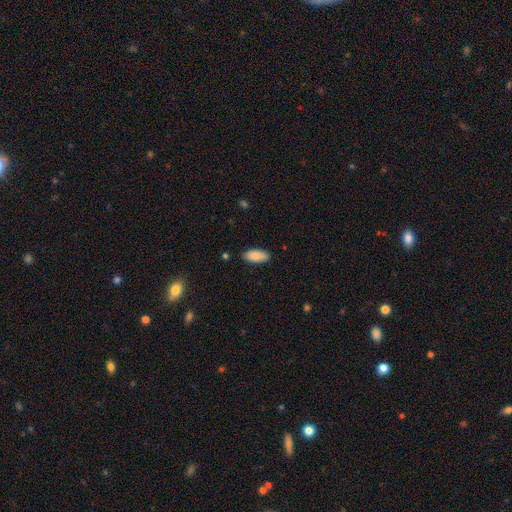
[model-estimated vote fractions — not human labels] smooth-or-featured: smooth: 88% | star or artifact: 6% | featured or disk: 6%
  how-rounded: in between: 90% | cigar-shaped: 8% | round: 2%
  merging: none: 87% | minor disturbance: 10% | major disturbance: 2% | merger: 1%